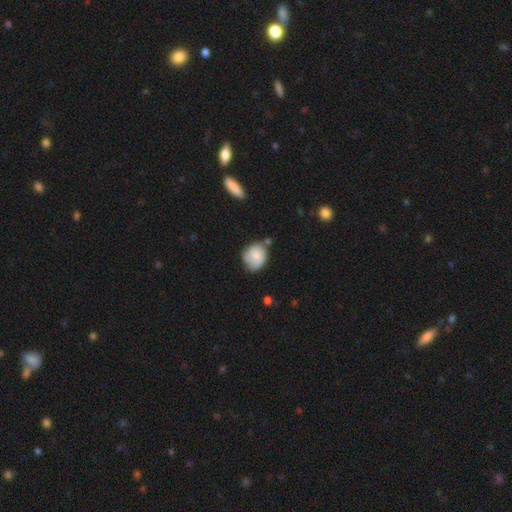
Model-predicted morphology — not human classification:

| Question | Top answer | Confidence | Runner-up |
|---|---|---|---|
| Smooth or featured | smooth | 74% | featured or disk (19%) |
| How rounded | round | 61% | in between (38%) |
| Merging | none | 52% | minor disturbance (31%) |